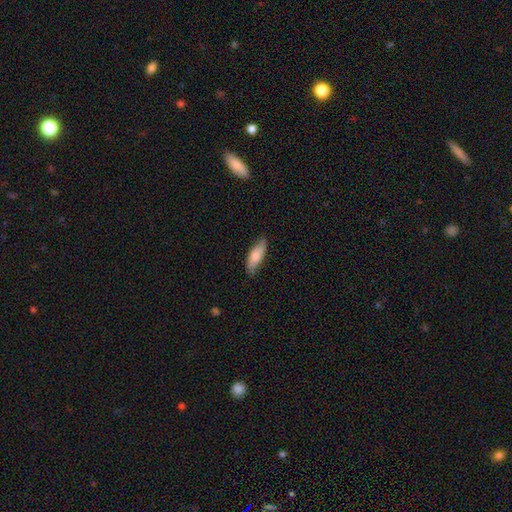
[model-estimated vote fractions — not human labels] Smooth or featured?
  - smooth: 70% *
  - featured or disk: 24%
  - star or artifact: 6%
How rounded?
  - in between: 69% *
  - cigar-shaped: 29%
  - round: 2%
Merging?
  - none: 73% *
  - minor disturbance: 22%
  - major disturbance: 4%
  - merger: 1%